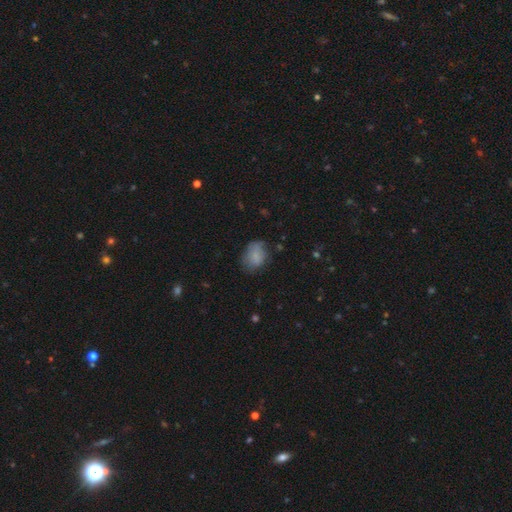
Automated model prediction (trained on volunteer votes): Q: Smooth or featured?
A: smooth (77%); runner-up: featured or disk (13%)
Q: How rounded?
A: in between (63%); runner-up: round (36%)
Q: Merging?
A: none (55%); runner-up: minor disturbance (31%)